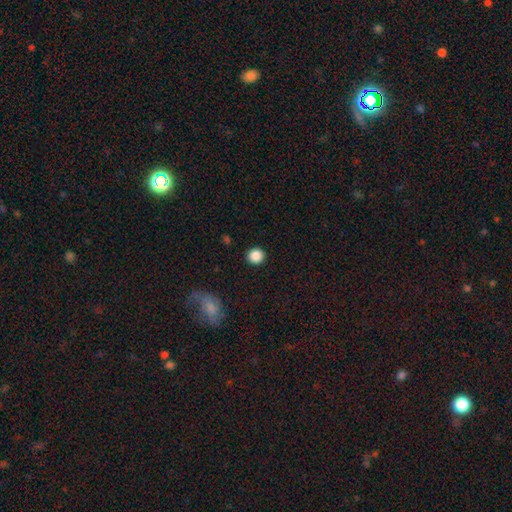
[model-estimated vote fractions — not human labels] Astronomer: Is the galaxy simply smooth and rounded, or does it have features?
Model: smooth — 87%.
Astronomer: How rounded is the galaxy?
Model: round — 91%.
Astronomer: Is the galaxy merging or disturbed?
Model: none — 91%.